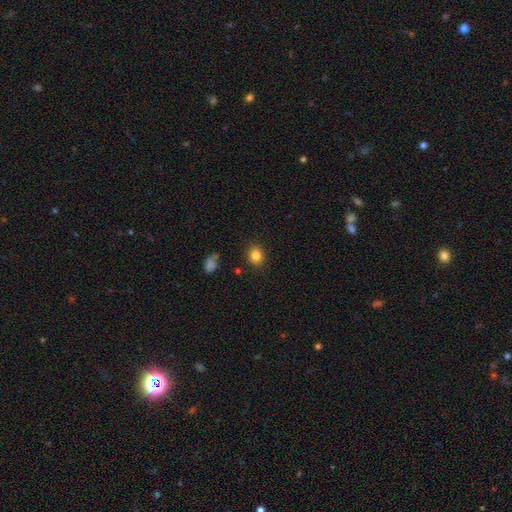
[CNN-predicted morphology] Overall: smooth (84%). How rounded: round (66%; in between 33%). Merging: none (87%).